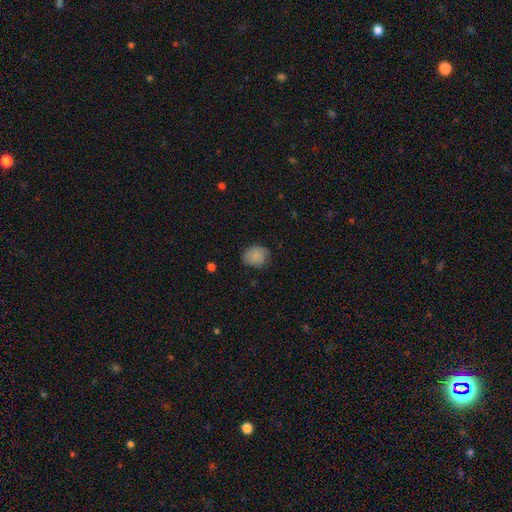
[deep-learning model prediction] The model was most divided on "how rounded": round: 62%, in between: 37%, cigar-shaped: 1%. More confident: smooth or featured — smooth (82%); merging — none (76%).